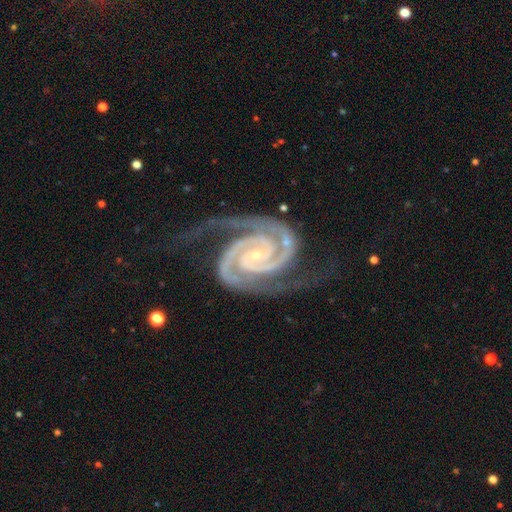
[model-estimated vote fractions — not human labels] Overall: featured or disk (95%). Edge-on disk: no (98%). Bar: no (60%; weak 24%). Spiral arms: yes (99%). Spiral arm count: 2 (91%). Spiral winding: tight (69%). Bulge size: small (83%). Merging: none (69%).